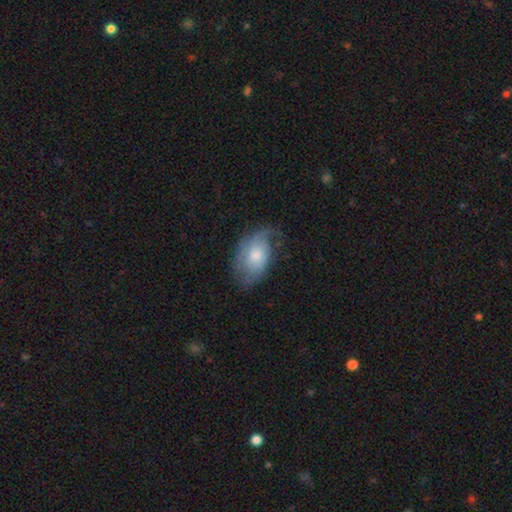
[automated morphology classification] smooth_or_featured: featured or disk (p=0.58) [alt: smooth p=0.36]
disk_edge_on: no (p=0.95) [alt: yes p=0.05]
bar: no (p=0.77) [alt: weak p=0.20]
has_spiral_arms: yes (p=0.82) [alt: no p=0.18]
bulge_size: moderate (p=0.55) [alt: small p=0.32]
merging: none (p=0.55) [alt: minor disturbance p=0.28]